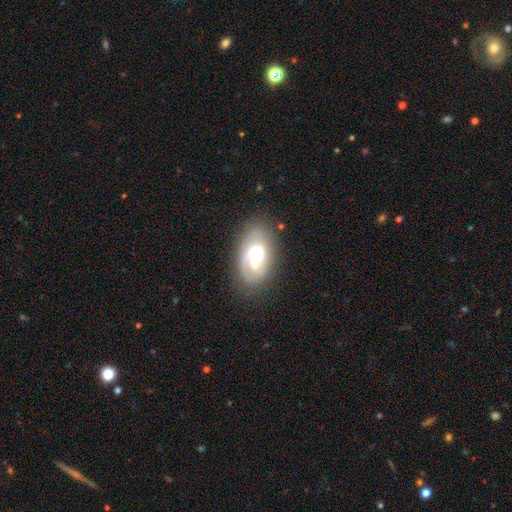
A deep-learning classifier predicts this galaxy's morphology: type=featured or disk (72%); edge-on=no (96%); bar=no (58%); spiral arms=yes (91%); winding=tight (46%); arm count=2 (40%); bulge=moderate (47%); merging=none (72%).